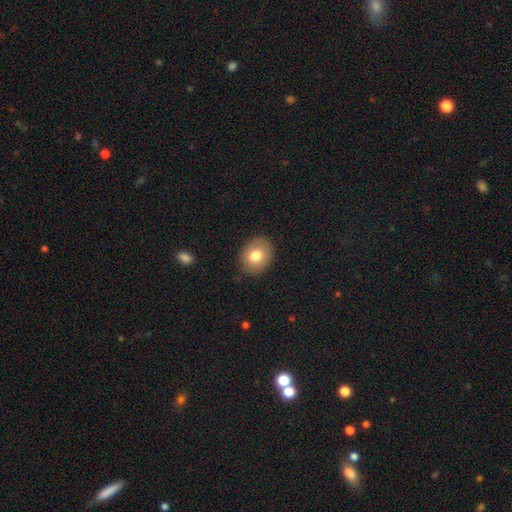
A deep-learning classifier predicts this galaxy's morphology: A smooth galaxy with no disk features (78%) that is round (55%). Merging: none (87%).